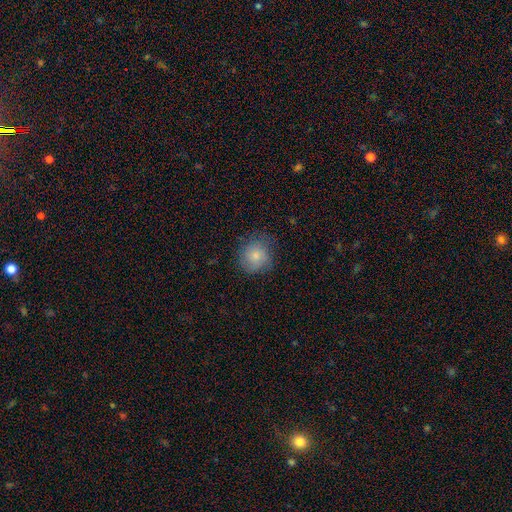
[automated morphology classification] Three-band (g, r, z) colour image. It shows a smooth galaxy with no disk features (80%) that is round (85%). Merging: none (69%).